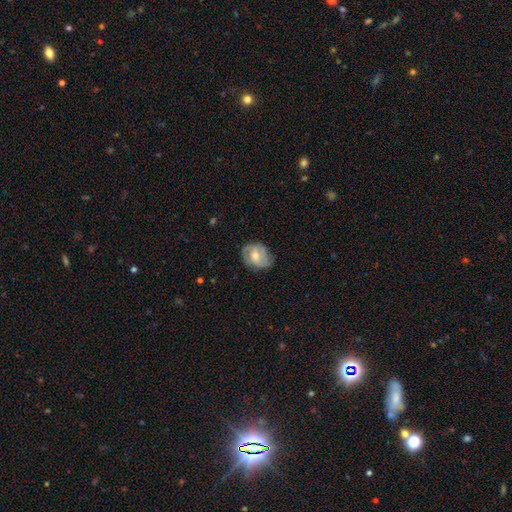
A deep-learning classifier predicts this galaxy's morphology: The model was most divided on "bar": no: 47%, weak: 41%, strong: 12%. More confident: edge-on disk — no (96%); spiral arms — yes (78%); merging — none (71%); bulge size — moderate (65%); smooth or featured — featured or disk (56%).